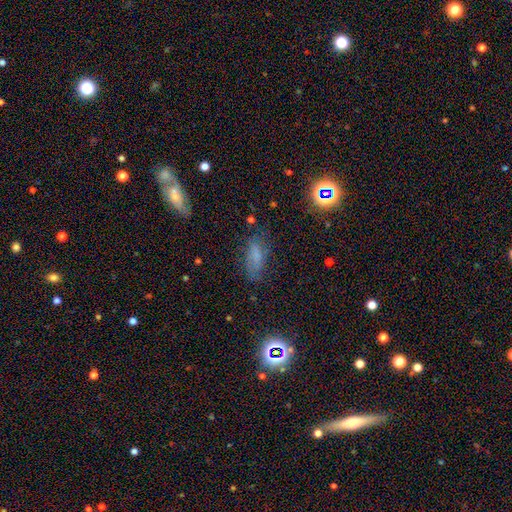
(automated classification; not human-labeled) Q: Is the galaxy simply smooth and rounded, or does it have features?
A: smooth — 58%.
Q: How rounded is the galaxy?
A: in between — 73%.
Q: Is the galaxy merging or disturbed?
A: none — 62%.